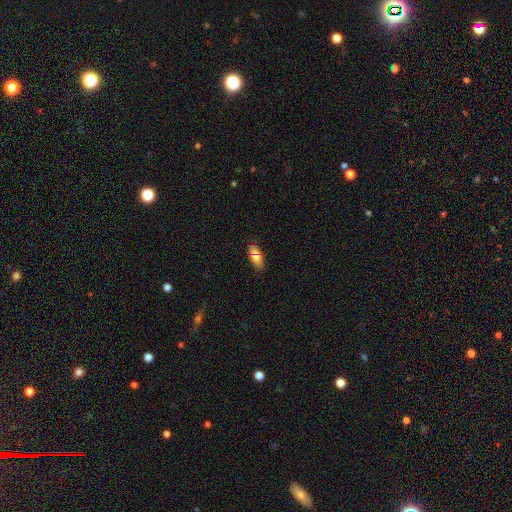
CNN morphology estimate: A smooth galaxy with no disk features (71%) that is in between round and cigar-shaped (74%). Merging: none (81%).